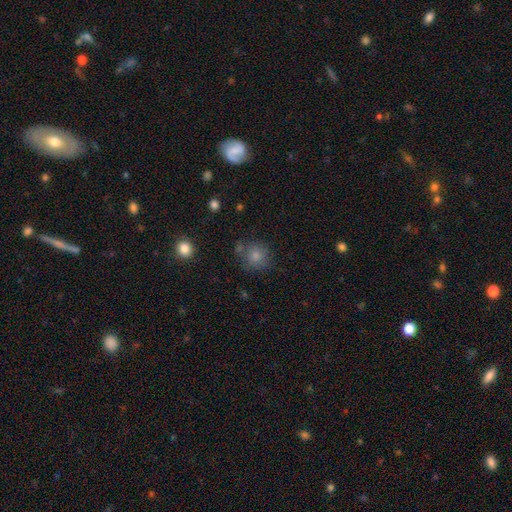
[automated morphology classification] This is clearly a smooth galaxy (81%). How rounded: clearly round (86%). Merging: likely none (68%).